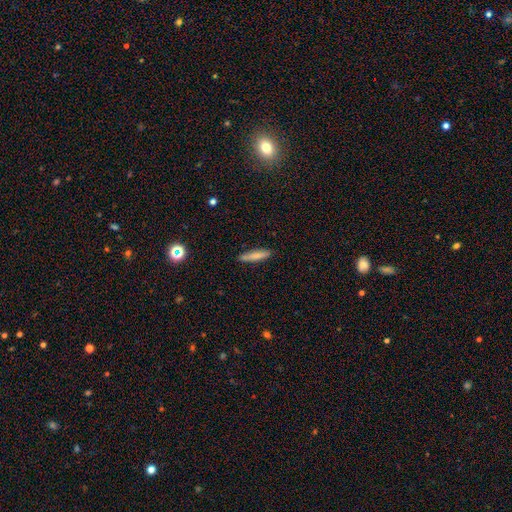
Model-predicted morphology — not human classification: Smooth or featured?
  - smooth: 77% *
  - featured or disk: 16%
  - star or artifact: 7%
How rounded?
  - cigar-shaped: 85% *
  - in between: 14%
  - round: 1%
Merging?
  - none: 87% *
  - minor disturbance: 10%
  - major disturbance: 2%
  - merger: 1%